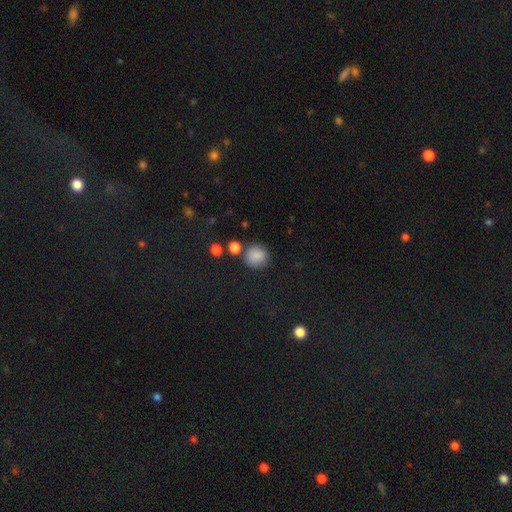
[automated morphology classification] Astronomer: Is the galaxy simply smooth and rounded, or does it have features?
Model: smooth — 85%.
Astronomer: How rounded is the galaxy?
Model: round — 88%.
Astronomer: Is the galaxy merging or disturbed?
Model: none — 75%.